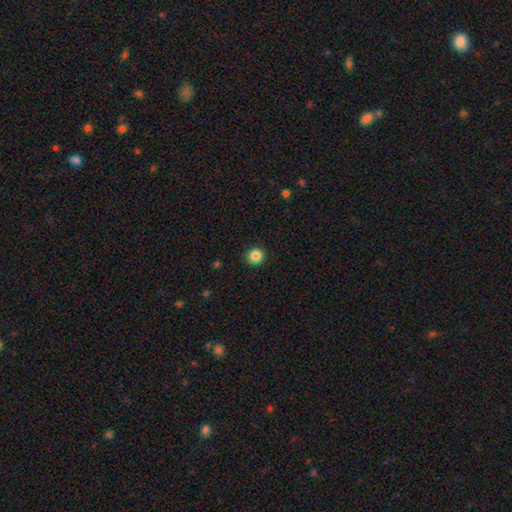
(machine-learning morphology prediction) smooth_or_featured: smooth (p=0.86) [alt: star or artifact p=0.10]
how_rounded: round (p=0.93) [alt: in between p=0.06]
merging: none (p=0.92) [alt: minor disturbance p=0.05]